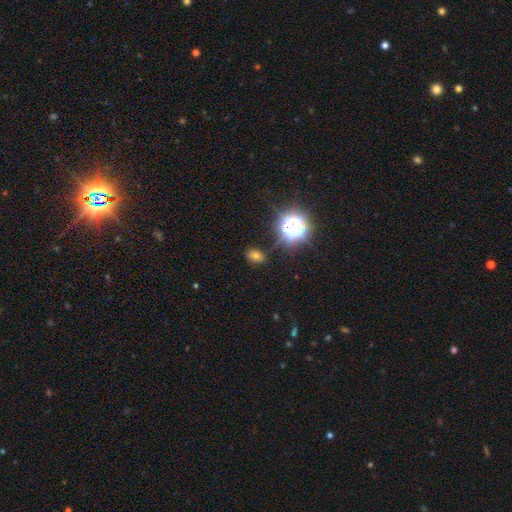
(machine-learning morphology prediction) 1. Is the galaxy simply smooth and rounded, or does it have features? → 56% smooth, 33% star or artifact, 11% featured or disk.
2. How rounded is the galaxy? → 77% in between, 21% round, 2% cigar-shaped.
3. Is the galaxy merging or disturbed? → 77% none, 15% minor disturbance, 5% major disturbance, 3% merger.